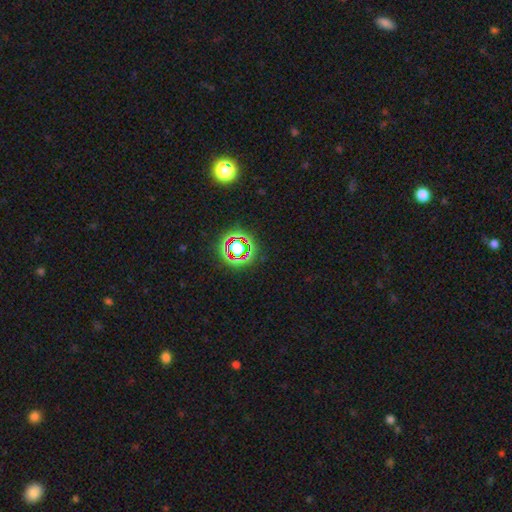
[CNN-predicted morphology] This is likely a star or artifact rather than a galaxy (76%).